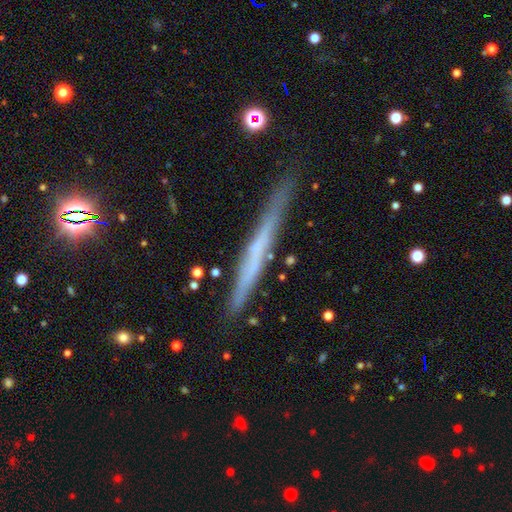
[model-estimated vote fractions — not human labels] The model was most divided on "smooth or featured": featured or disk: 55%, smooth: 36%, star or artifact: 10%. More confident: edge-on disk — yes (96%); edge-on bulge — none (86%); merging — none (84%).